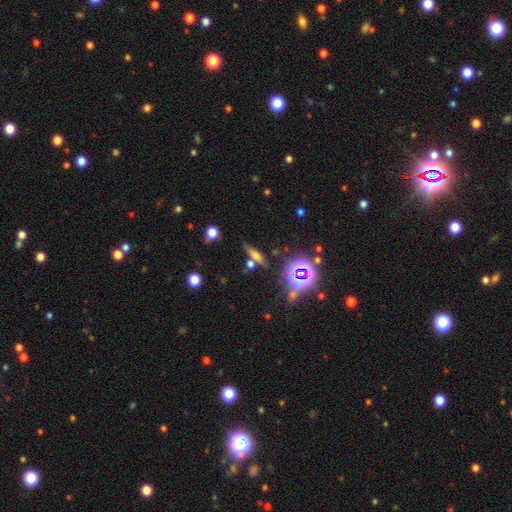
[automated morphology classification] The model was most divided on "smooth or featured": smooth: 45%, featured or disk: 29%, star or artifact: 26%. More confident: merging — none (67%).